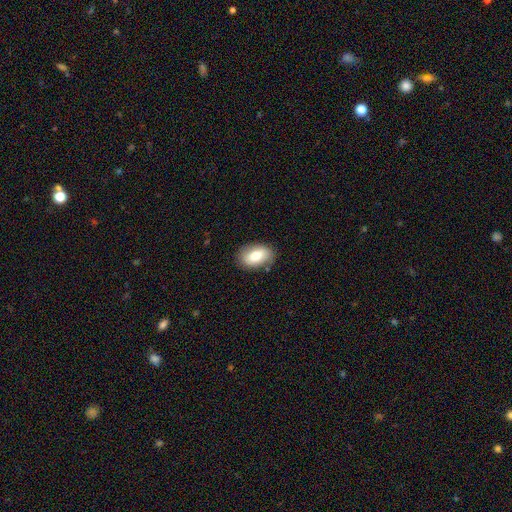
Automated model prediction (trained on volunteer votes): Smooth or featured?
  - smooth: 75% *
  - featured or disk: 18%
  - star or artifact: 7%
How rounded?
  - in between: 89% *
  - round: 9%
  - cigar-shaped: 1%
Merging?
  - none: 83% *
  - minor disturbance: 12%
  - major disturbance: 3%
  - merger: 1%